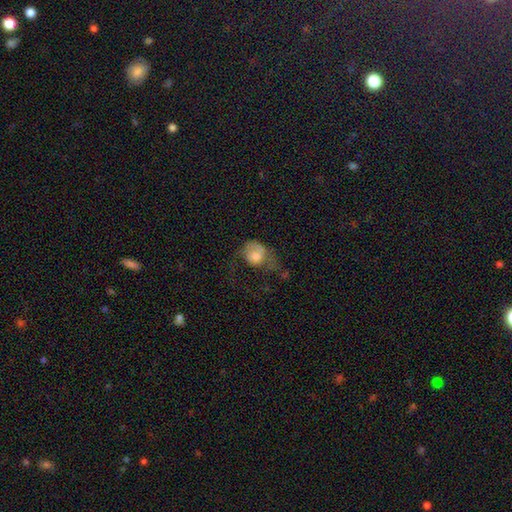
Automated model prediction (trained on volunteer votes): Smooth or featured?
  - smooth: 64% *
  - featured or disk: 27%
  - star or artifact: 9%
How rounded?
  - round: 56% *
  - in between: 43%
  - cigar-shaped: 1%
Merging?
  - major disturbance: 54% *
  - minor disturbance: 21%
  - none: 21%
  - merger: 4%